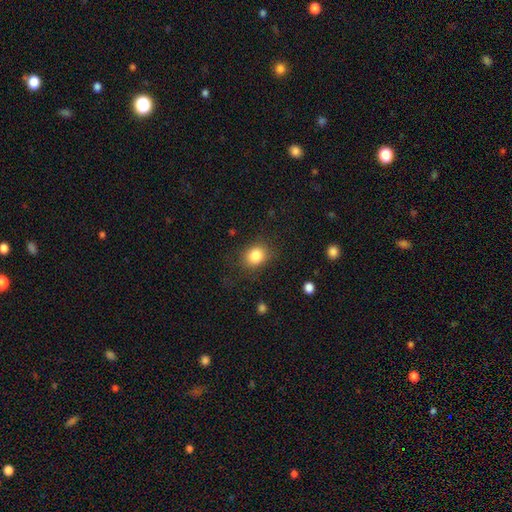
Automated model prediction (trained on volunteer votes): smooth 83%, star or artifact 10%, featured or disk 7%. Down the decision tree: how rounded — round (57%); merging — none (80%).